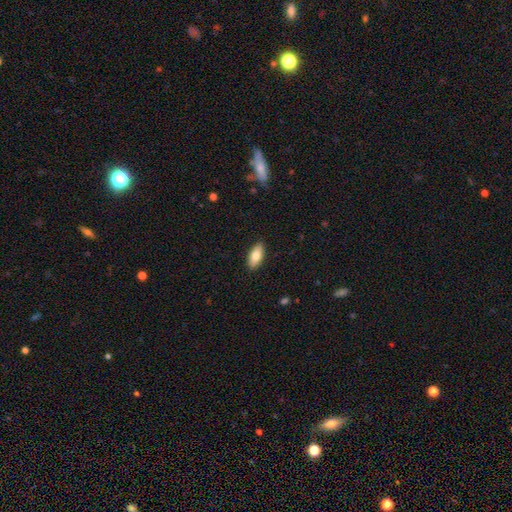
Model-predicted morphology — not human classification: This appears to be a smooth galaxy with no disk features (76%) that is in between round and cigar-shaped (85%). Merging: none (89%).